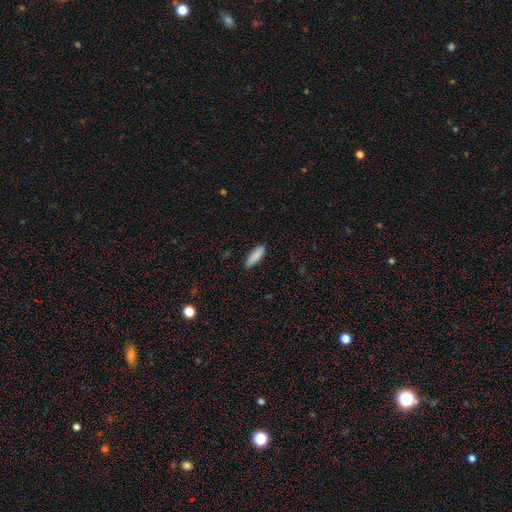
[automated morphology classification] This is clearly a smooth galaxy (88%). How rounded: possibly in between (55%). Merging: clearly none (83%).